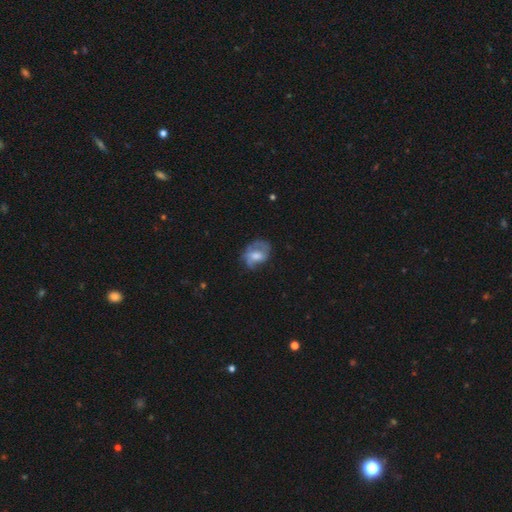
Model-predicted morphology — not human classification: Smooth or featured?
  - featured or disk: 51% *
  - smooth: 41%
  - star or artifact: 8%
Edge-on disk?
  - no: 96% *
  - yes: 4%
Merging?
  - none: 47% *
  - minor disturbance: 27%
  - major disturbance: 24%
  - merger: 2%